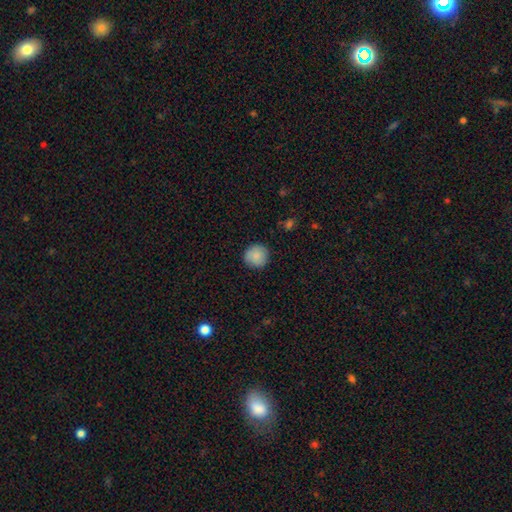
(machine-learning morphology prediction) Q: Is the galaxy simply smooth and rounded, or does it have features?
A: smooth — 88%.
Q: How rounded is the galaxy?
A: round — 94%.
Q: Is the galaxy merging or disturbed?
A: none — 89%.